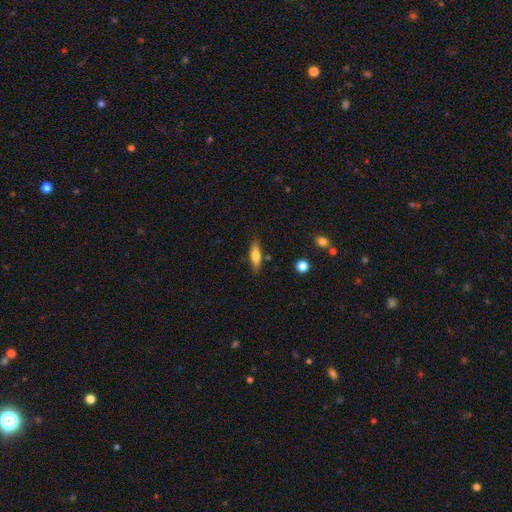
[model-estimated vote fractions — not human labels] Overall: smooth (71%). How rounded: in between (50%; cigar-shaped 47%). Merging: none (80%).